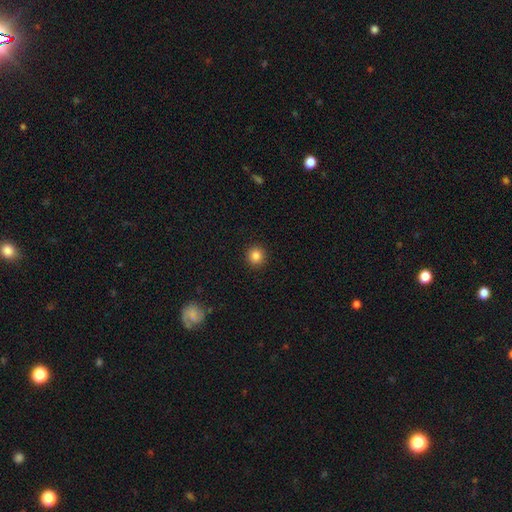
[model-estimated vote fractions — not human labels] smooth_or_featured: smooth (p=0.85) [alt: star or artifact p=0.11]
how_rounded: round (p=0.93) [alt: in between p=0.06]
merging: none (p=0.93) [alt: minor disturbance p=0.05]